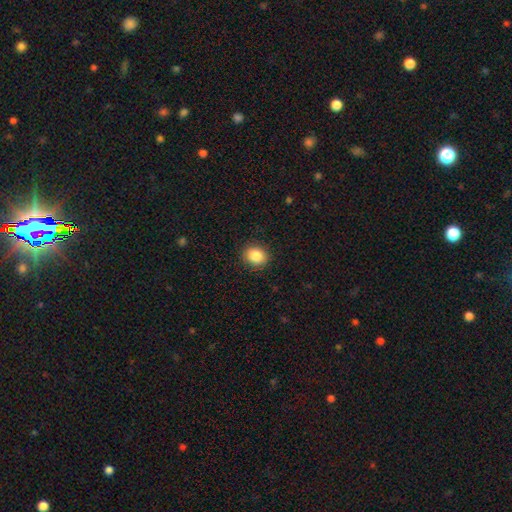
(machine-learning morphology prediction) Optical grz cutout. It shows a smooth galaxy with no disk features (86%) that is round (65%). Merging: none (89%).